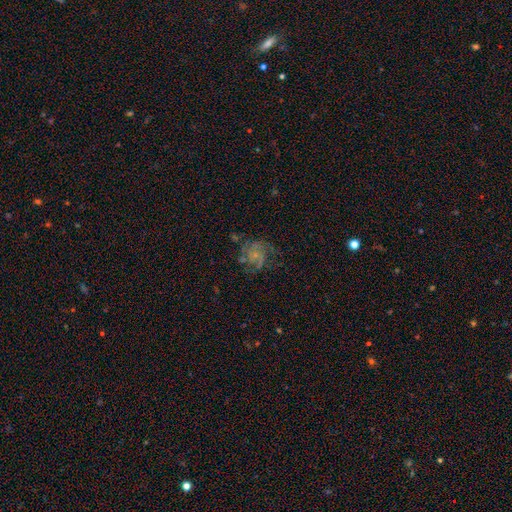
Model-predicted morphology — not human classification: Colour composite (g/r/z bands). It shows a featured or disk galaxy (65%) with no bar (79%), medium (45%) spiral arms (83%) and a small central bulge (61%). Merging: none (53%).